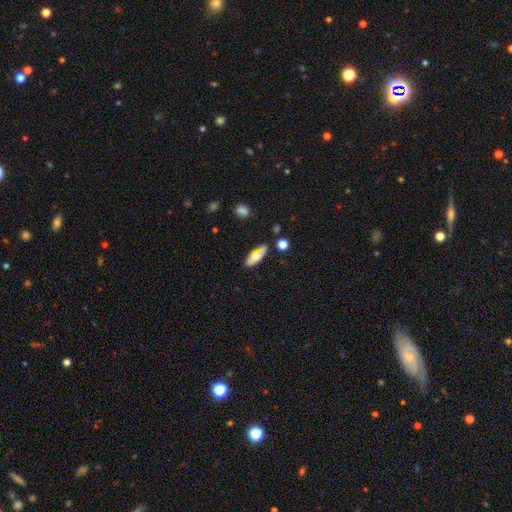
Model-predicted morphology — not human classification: This appears to be a smooth galaxy with no disk features (52%) that is in between round and cigar-shaped (82%). Merging: none (72%).